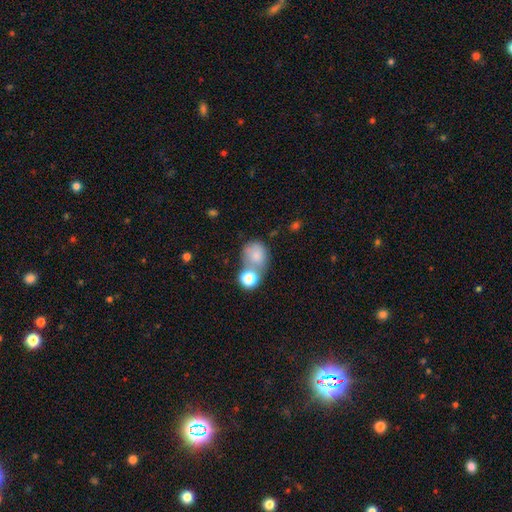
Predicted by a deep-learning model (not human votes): Morphology: type=smooth (78%); roundness=round (63%); merging=merger (47%).